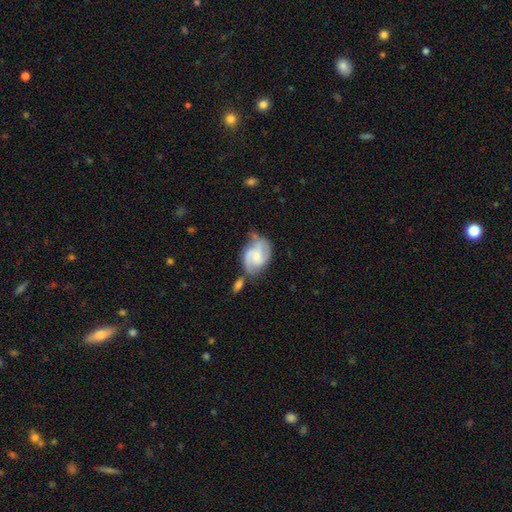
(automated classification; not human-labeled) The model was most divided on "bar": no: 49%, weak: 44%, strong: 8%. Remaining: edge-on disk — no (97%); spiral arms — yes (92%); spiral arm count — 2 (73%); smooth or featured — featured or disk (69%); bulge size — small (51%); spiral winding — medium (50%); merging — none (46%).